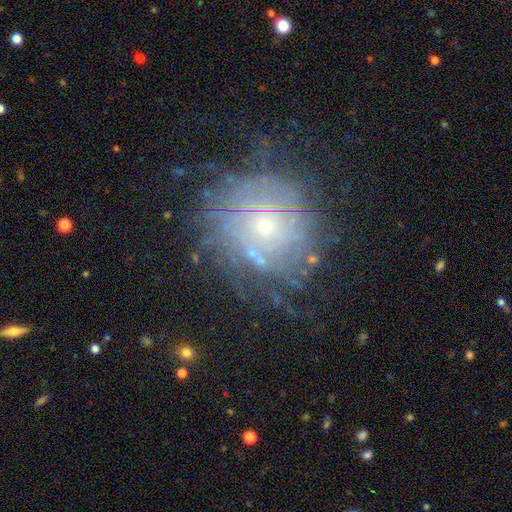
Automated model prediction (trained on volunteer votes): Smooth or featured: featured or disk — 65% (smooth — 23%)
Edge-on disk: no — 96% (yes — 4%)
Bar: no — 84% (weak — 13%)
Spiral arms: yes — 68% (no — 32%)
Bulge size: small — 51% (moderate — 40%)
Merging: none — 64% (minor disturbance — 19%)